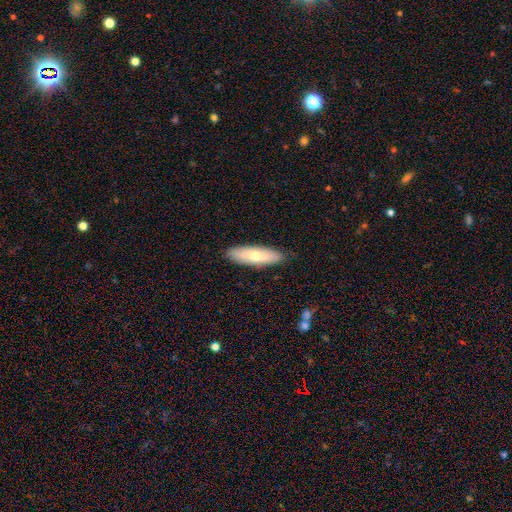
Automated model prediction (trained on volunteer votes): This is likely a smooth galaxy (67%). How rounded: possibly cigar-shaped (51%). Merging: clearly none (87%).